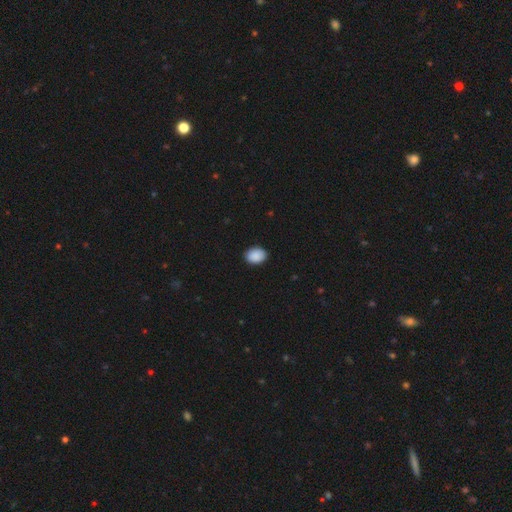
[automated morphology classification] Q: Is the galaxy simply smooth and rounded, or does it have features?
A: smooth — 90%.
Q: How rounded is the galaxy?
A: in between — 72%.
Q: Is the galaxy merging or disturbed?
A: none — 88%.